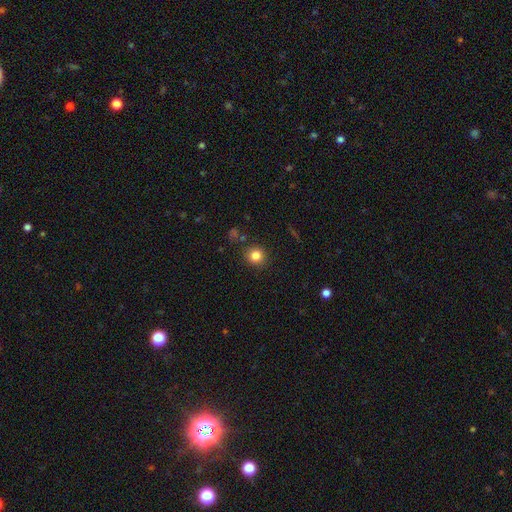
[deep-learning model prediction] This appears to be a smooth galaxy with no disk features (82%) that is round (90%). Merging: none (88%).